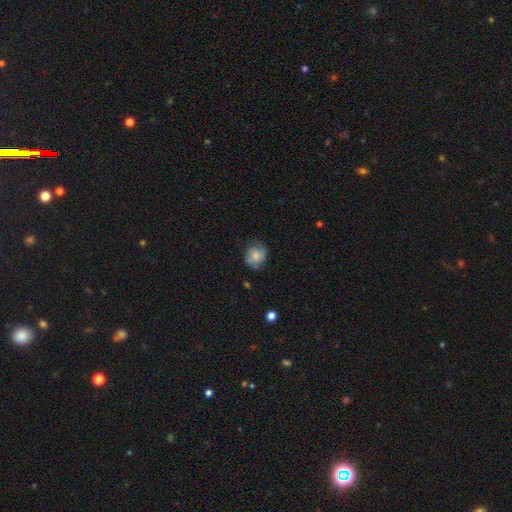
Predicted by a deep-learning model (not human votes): Overall: smooth (60%; featured or disk 32%). How rounded: round (75%). Merging: none (71%).